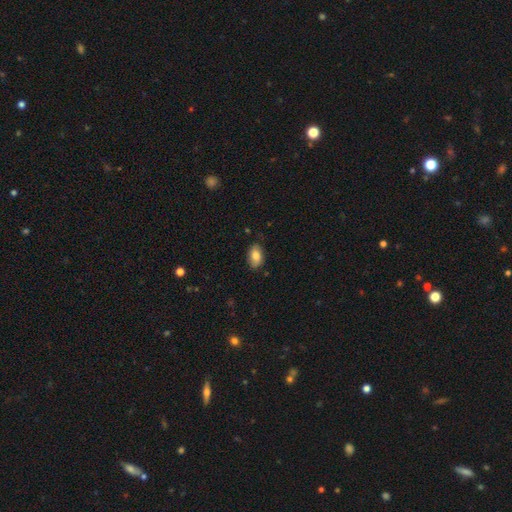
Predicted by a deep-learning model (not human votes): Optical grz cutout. It shows a smooth galaxy with no disk features (79%) that is in between round and cigar-shaped (90%). Merging: none (79%).